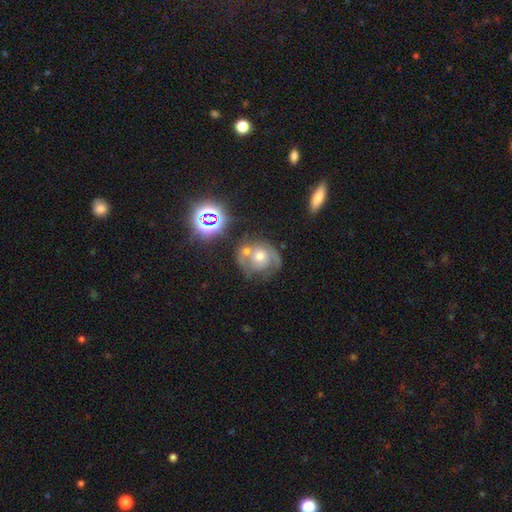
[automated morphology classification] A featured or disk galaxy (60%) with no bar (76%), spiral arms (83%) and a moderate central bulge (61%). Merging: none (58%).